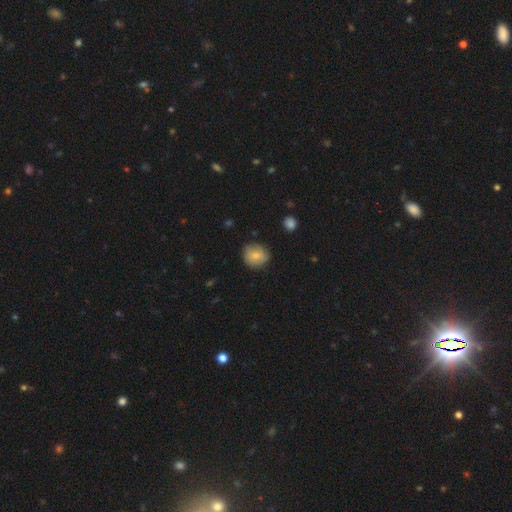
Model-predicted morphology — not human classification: A smooth galaxy with no disk features (75%) that is round (85%). Merging: none (77%).